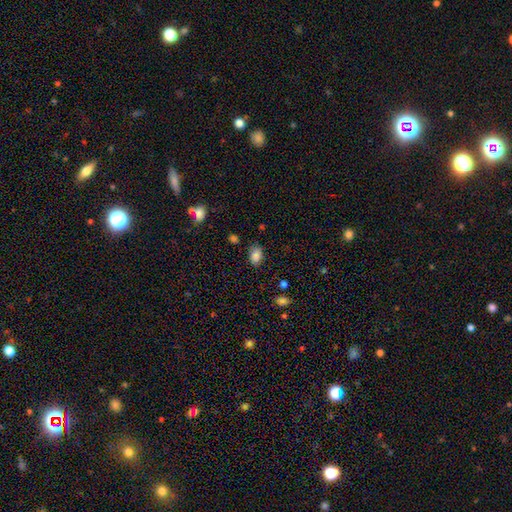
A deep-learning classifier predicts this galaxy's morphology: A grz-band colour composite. It shows a smooth galaxy with no disk features (86%) that is in between round and cigar-shaped (85%). Merging: none (77%).